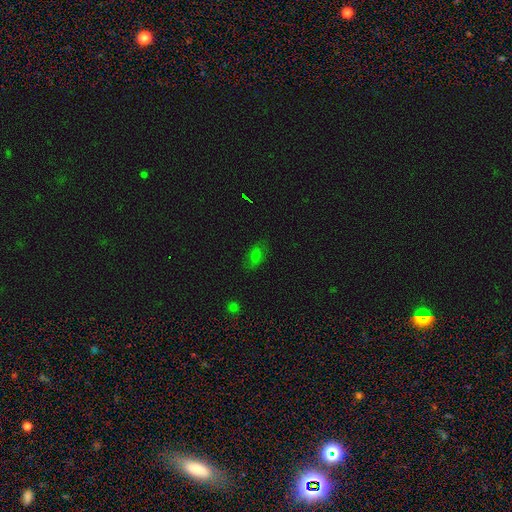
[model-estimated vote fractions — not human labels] smooth 58%, star or artifact 22%, featured or disk 19%. Down the decision tree: how rounded — in between (82%); merging — none (77%).